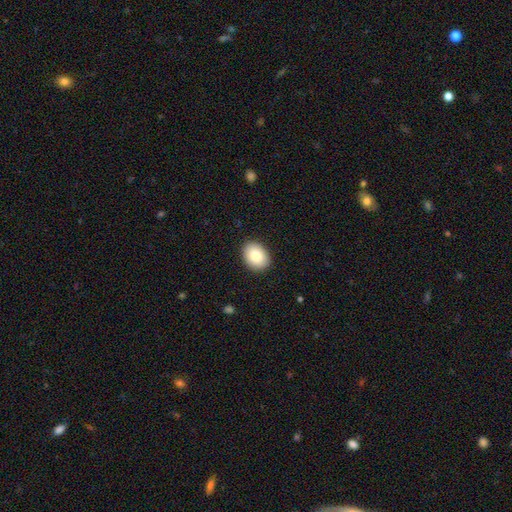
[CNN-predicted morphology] Smooth or featured? smooth (87%)
How rounded? in between (72%)
Merging? none (89%)